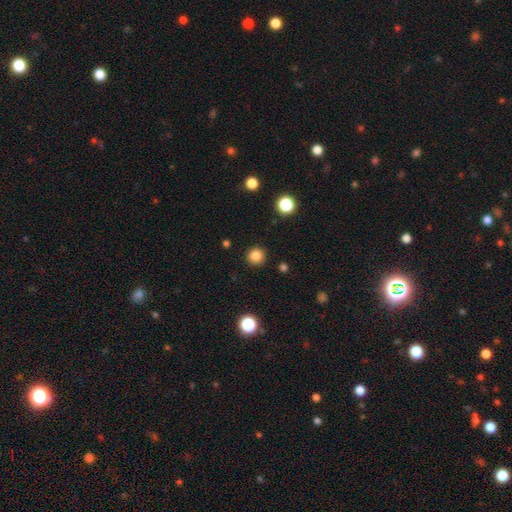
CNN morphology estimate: Smooth or featured? smooth (84%)
How rounded? round (94%)
Merging? none (92%)